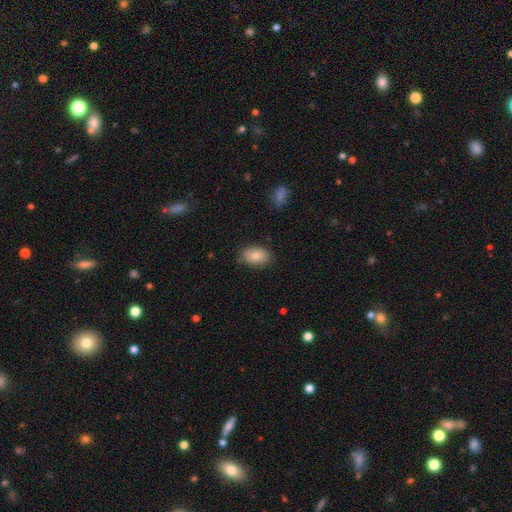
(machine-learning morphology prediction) Smooth or featured?
  - smooth: 81% *
  - featured or disk: 12%
  - star or artifact: 7%
How rounded?
  - in between: 85% *
  - round: 14%
  - cigar-shaped: 1%
Merging?
  - none: 80% *
  - minor disturbance: 15%
  - major disturbance: 3%
  - merger: 1%